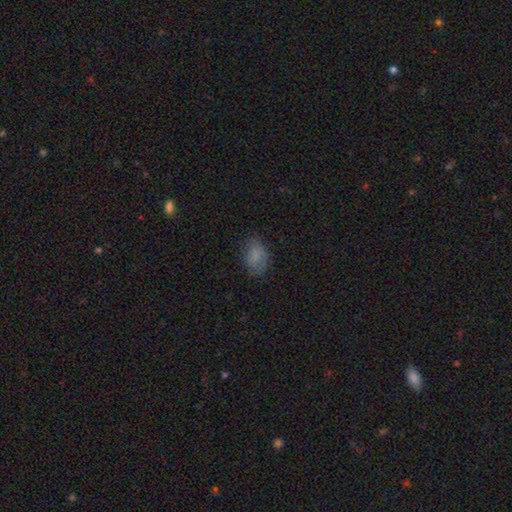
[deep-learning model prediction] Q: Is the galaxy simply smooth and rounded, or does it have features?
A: smooth — 77%.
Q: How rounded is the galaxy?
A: in between — 79%.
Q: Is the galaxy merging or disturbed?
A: none — 67%.